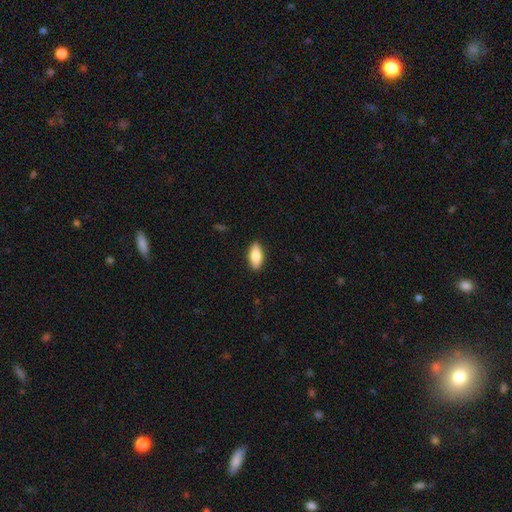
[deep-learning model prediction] Smooth or featured? smooth (78%)
How rounded? in between (81%)
Merging? none (89%)